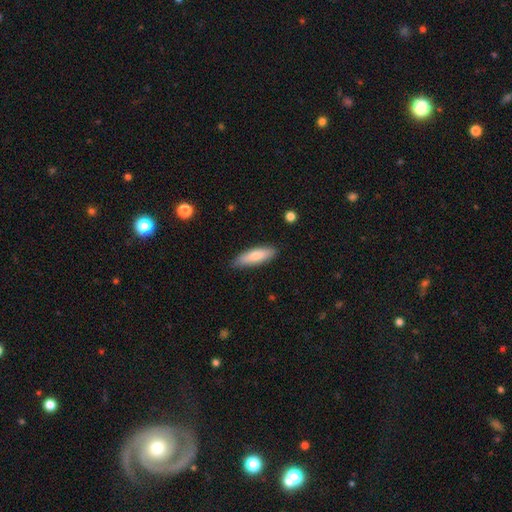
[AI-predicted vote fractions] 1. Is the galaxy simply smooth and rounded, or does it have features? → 77% smooth, 17% featured or disk, 5% star or artifact.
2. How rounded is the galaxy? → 53% cigar-shaped, 45% in between, 2% round.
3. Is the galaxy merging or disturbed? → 83% none, 13% minor disturbance, 2% major disturbance, 1% merger.